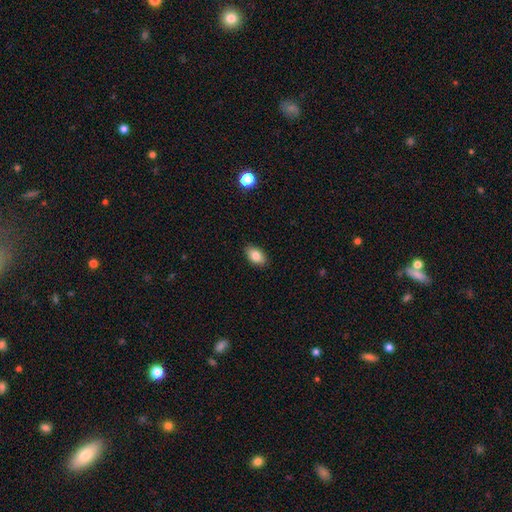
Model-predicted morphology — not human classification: smooth_or_featured: smooth (p=0.83) [alt: featured or disk p=0.09]
how_rounded: in between (p=0.91) [alt: round p=0.07]
merging: none (p=0.88) [alt: minor disturbance p=0.09]